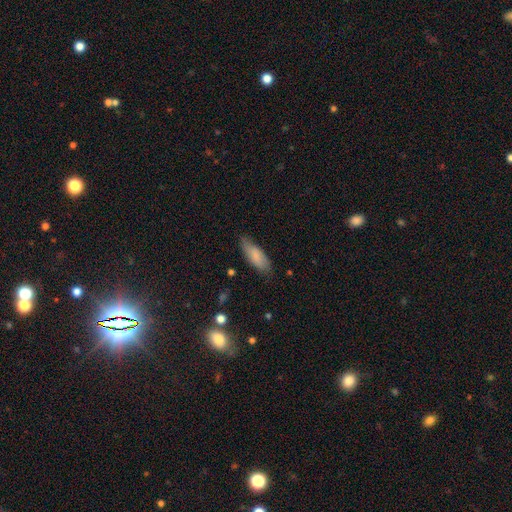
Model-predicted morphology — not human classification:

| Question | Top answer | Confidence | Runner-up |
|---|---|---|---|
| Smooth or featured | smooth | 81% | featured or disk (13%) |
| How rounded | in between | 63% | cigar-shaped (35%) |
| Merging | none | 76% | minor disturbance (19%) |